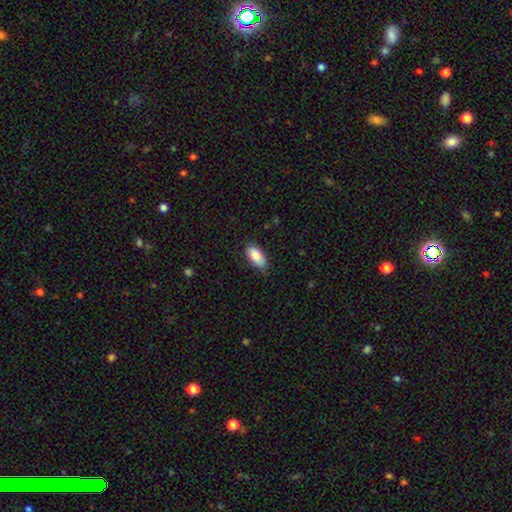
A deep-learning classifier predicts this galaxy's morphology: The model was most divided on "merging": none: 77%, minor disturbance: 19%, major disturbance: 3%, merger: 1%. More confident: how rounded — in between (92%); smooth or featured — smooth (88%).